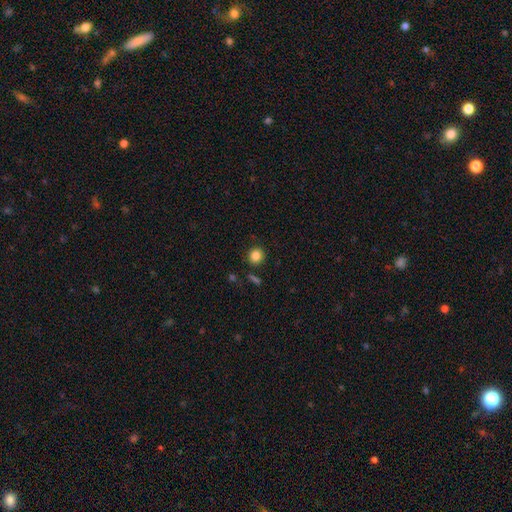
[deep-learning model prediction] Smooth or featured? smooth (85%)
How rounded? round (87%)
Merging? none (88%)